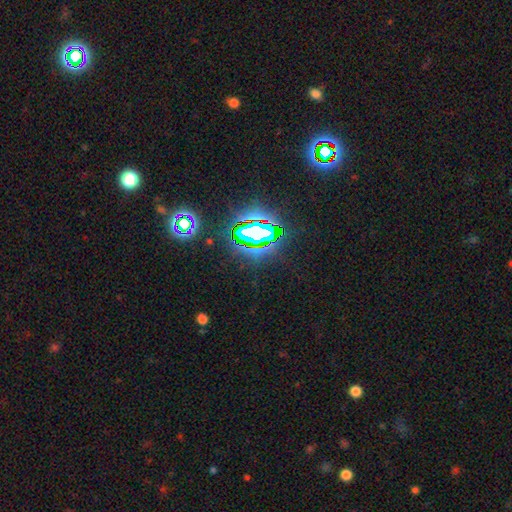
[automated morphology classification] Q: Smooth or featured?
A: star or artifact (81%); runner-up: smooth (12%)